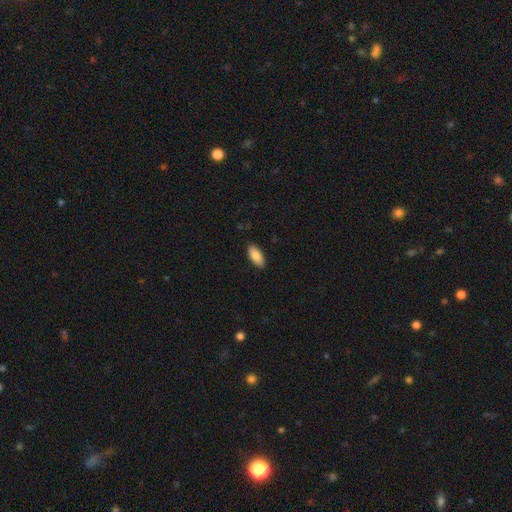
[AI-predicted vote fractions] Smooth or featured? Predicted: smooth (p=0.86). How rounded? Predicted: in between (p=0.88). Merging? Predicted: none (p=0.89).